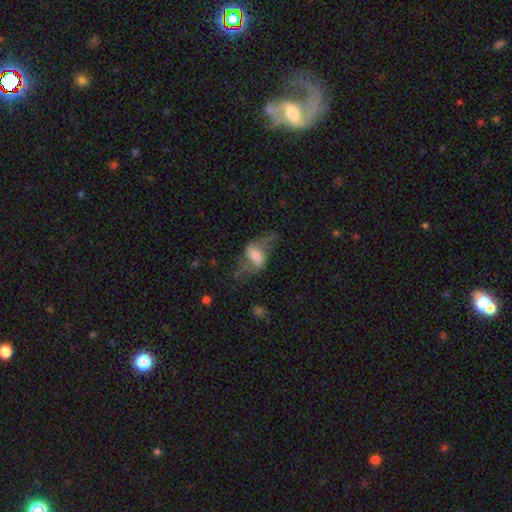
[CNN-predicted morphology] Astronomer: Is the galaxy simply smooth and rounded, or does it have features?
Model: featured or disk — 56% (runner-up: smooth, 35%).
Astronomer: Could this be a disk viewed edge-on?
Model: no — 90%.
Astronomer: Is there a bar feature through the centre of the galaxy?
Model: weak — 39% (runner-up: no, 30%).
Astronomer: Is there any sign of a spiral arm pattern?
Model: yes — 72%.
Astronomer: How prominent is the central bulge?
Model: moderate — 41% (runner-up: large, 23%).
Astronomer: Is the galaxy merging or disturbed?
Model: none — 41% (runner-up: major disturbance, 33%).